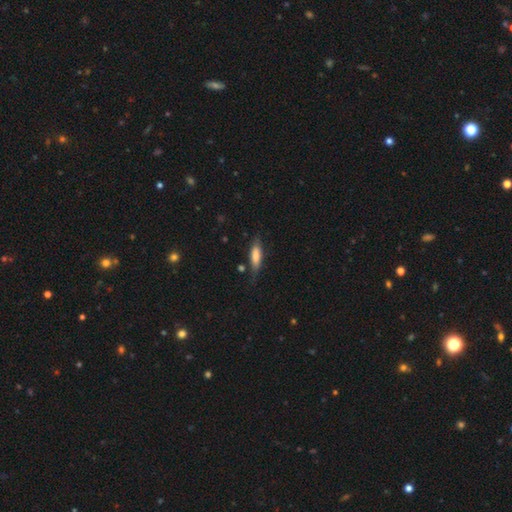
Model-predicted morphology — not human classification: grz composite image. It shows a smooth galaxy with no disk features (73%) that is cigar-shaped (53%). Merging: none (68%).